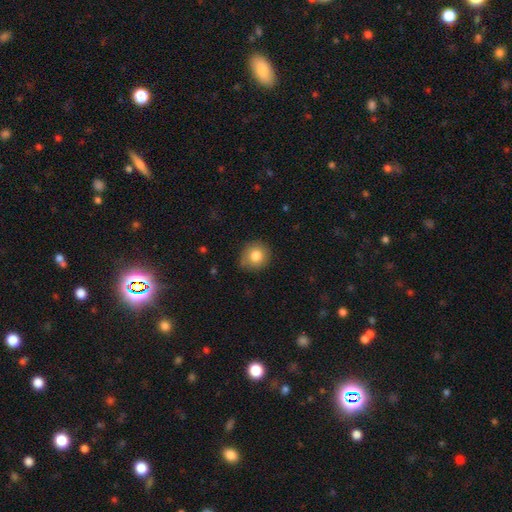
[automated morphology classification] Smooth or featured? Predicted: smooth (p=0.82). How rounded? Predicted: round (p=0.89). Merging? Predicted: none (p=0.80).